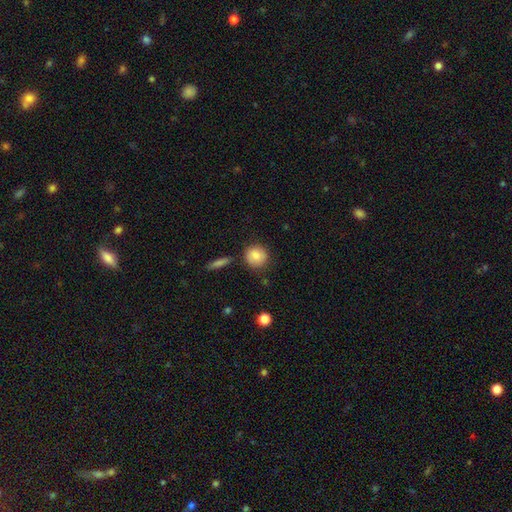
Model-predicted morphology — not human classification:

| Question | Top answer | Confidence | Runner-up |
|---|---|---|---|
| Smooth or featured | smooth | 84% | featured or disk (8%) |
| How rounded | round | 87% | in between (12%) |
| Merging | none | 82% | minor disturbance (11%) |